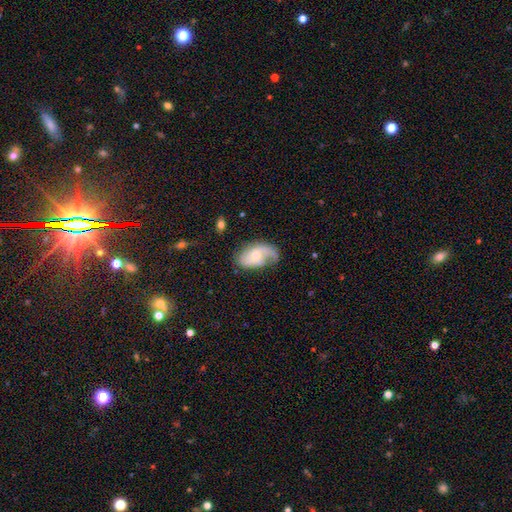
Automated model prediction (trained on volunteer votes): smooth-or-featured: featured or disk: 66% | smooth: 28% | star or artifact: 6%
  disk-edge-on: no: 96% | yes: 4%
    bar: no: 60% | weak: 34% | strong: 6%
    has-spiral-arms: yes: 88% | no: 12%
      spiral-winding: loose: 46% | medium: 37% | tight: 16%
      spiral-arm-count: 2: 57% | 1: 29% | can't tell: 10% | 3: 2% | 4: 1% | more than 4: 1%
    bulge-size: moderate: 46% | small: 45% | large: 4% | none: 3% | dominant: 1%
  merging: none: 50% | minor disturbance: 29% | major disturbance: 18% | merger: 4%